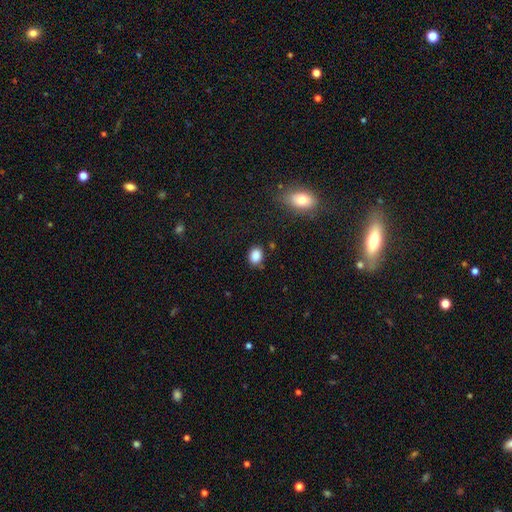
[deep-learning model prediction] smooth-or-featured: smooth: 86% | star or artifact: 10% | featured or disk: 4%
  how-rounded: in between: 59% | round: 40% | cigar-shaped: 1%
  merging: none: 74% | minor disturbance: 18% | major disturbance: 4% | merger: 3%